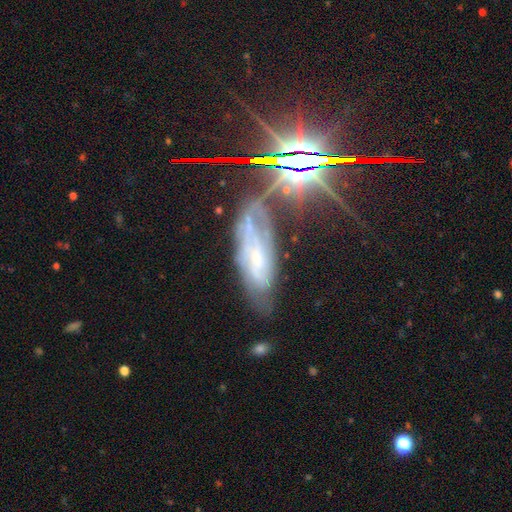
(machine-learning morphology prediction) This appears to be a featured or disk galaxy (61%). Merging: none (60%).